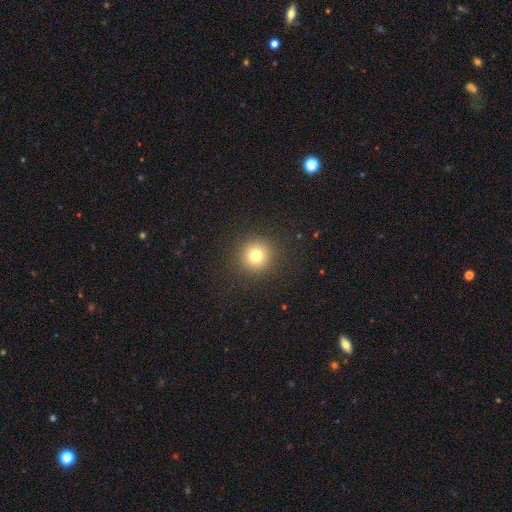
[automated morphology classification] The model was most divided on "smooth or featured": smooth: 77%, star or artifact: 14%, featured or disk: 9%. More confident: how rounded — round (95%); merging — none (91%).